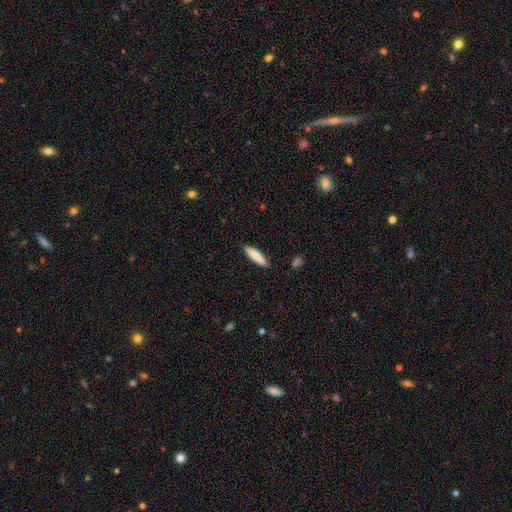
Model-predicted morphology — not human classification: smooth 83%, featured or disk 11%, star or artifact 6%. Down the decision tree: how rounded — cigar-shaped (80%); merging — none (88%).